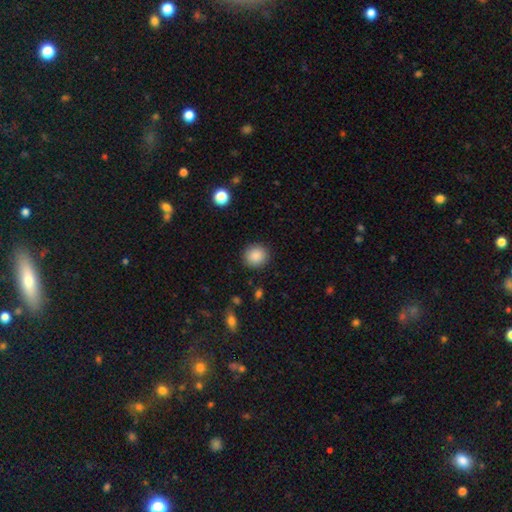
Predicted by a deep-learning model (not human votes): A smooth galaxy with no disk features (88%) that is round (88%). Merging: none (90%).